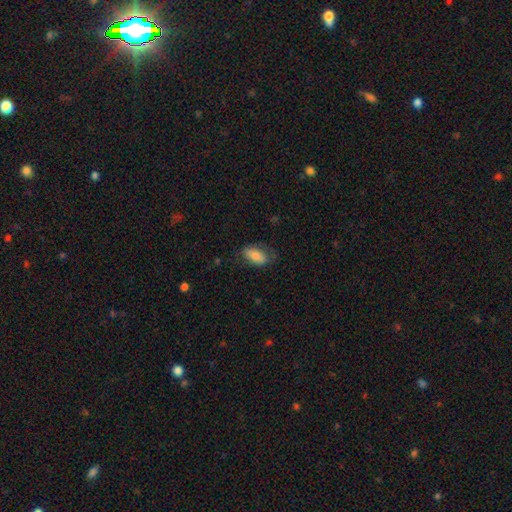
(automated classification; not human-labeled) Smooth or featured?
  - smooth: 76% *
  - featured or disk: 17%
  - star or artifact: 7%
How rounded?
  - in between: 92% *
  - round: 5%
  - cigar-shaped: 4%
Merging?
  - none: 63% *
  - minor disturbance: 25%
  - major disturbance: 11%
  - merger: 1%